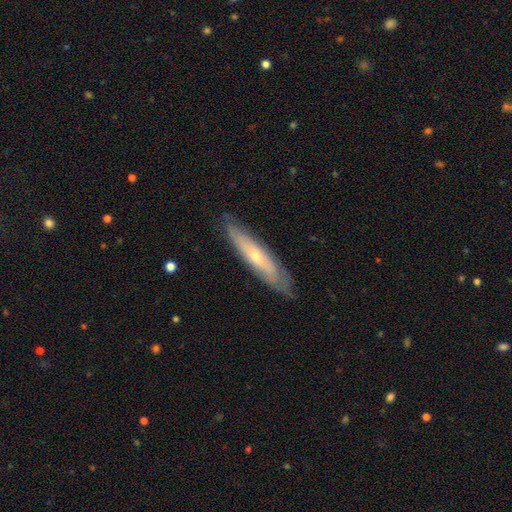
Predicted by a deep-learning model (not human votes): Smooth or featured?
  - featured or disk: 59% *
  - smooth: 35%
  - star or artifact: 6%
Edge-on disk?
  - yes: 55% *
  - no: 45%
Merging?
  - none: 79% *
  - minor disturbance: 16%
  - major disturbance: 3%
  - merger: 1%